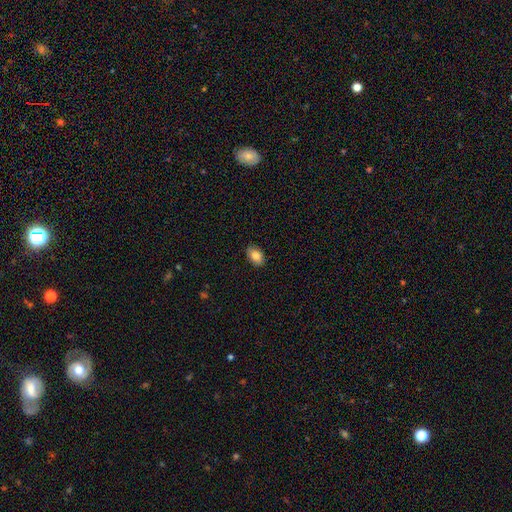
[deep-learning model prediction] Smooth or featured? Predicted: smooth (p=0.83). How rounded? Predicted: in between (p=0.86). Merging? Predicted: none (p=0.86).